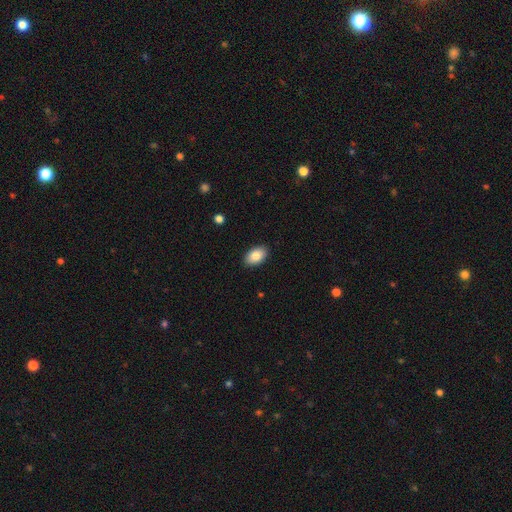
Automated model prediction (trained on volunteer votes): The model was most divided on "smooth or featured": smooth: 86%, featured or disk: 7%, star or artifact: 7%. More confident: how rounded — in between (93%); merging — none (89%).